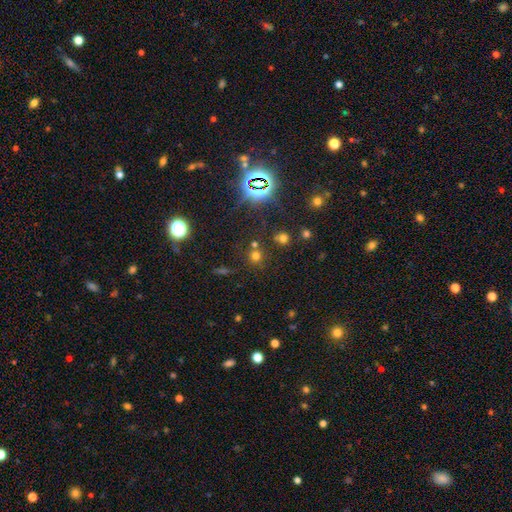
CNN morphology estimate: A smooth galaxy with no disk features (56%) that is round (89%). Merging: none (71%).